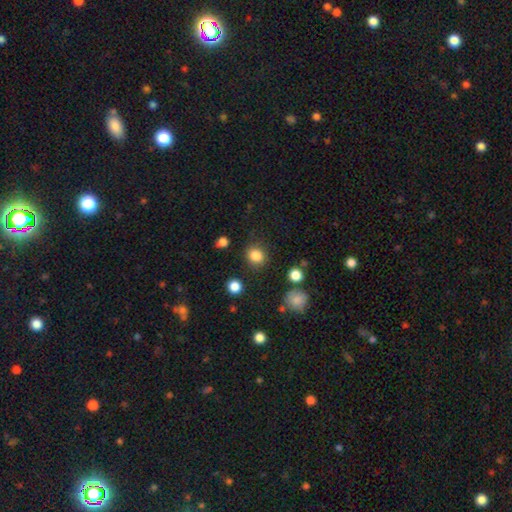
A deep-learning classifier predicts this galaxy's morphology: This appears to be a smooth galaxy with no disk features (84%) that is round (81%). Merging: none (85%).